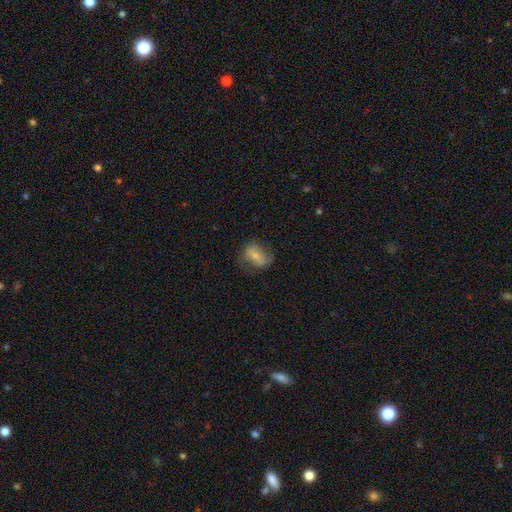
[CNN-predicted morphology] Overall: smooth (61%; featured or disk 30%). How rounded: in between (78%). Merging: none (61%; minor disturbance 25%).